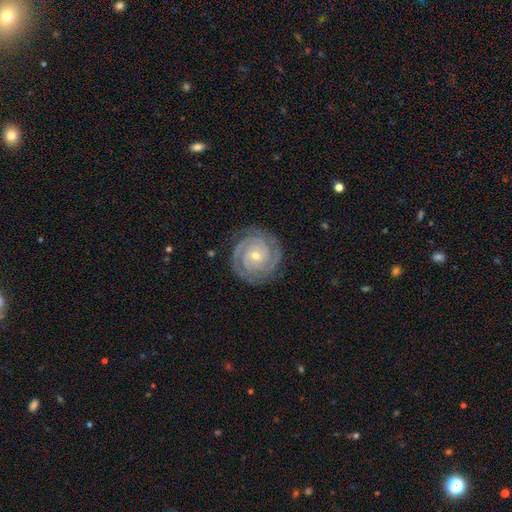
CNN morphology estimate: Smooth or featured: featured or disk — 91% (star or artifact — 5%)
Edge-on disk: no — 98% (yes — 2%)
Bar: no — 66% (weak — 23%)
Spiral arms: yes — 99% (no — 1%)
Spiral winding: tight — 86% (medium — 12%)
Spiral arm count: 2 — 39% (3 — 32%)
Bulge size: small — 66% (moderate — 31%)
Merging: none — 85% (minor disturbance — 11%)